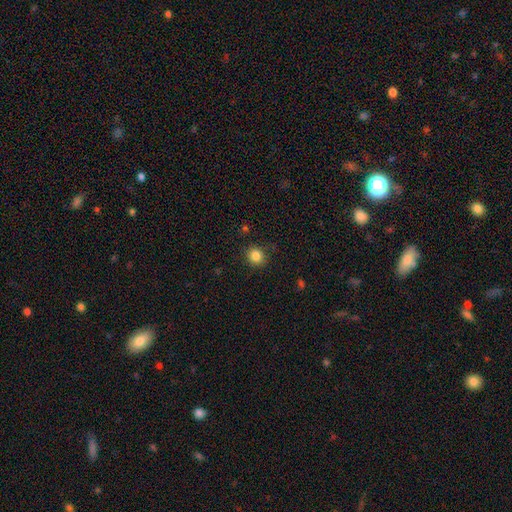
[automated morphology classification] Q: Smooth or featured?
A: smooth (85%); runner-up: star or artifact (11%)
Q: How rounded?
A: round (85%); runner-up: in between (15%)
Q: Merging?
A: none (87%); runner-up: minor disturbance (9%)